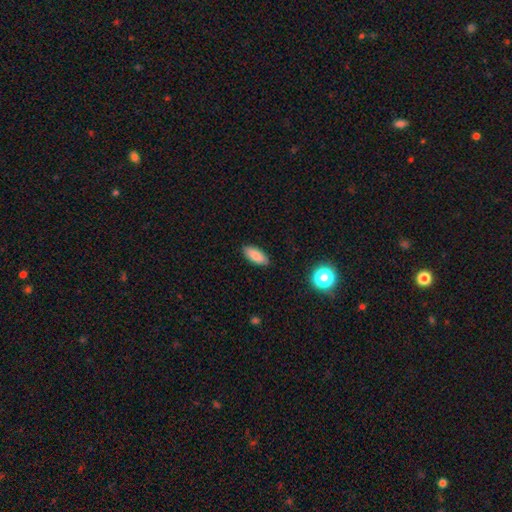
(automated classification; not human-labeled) This appears to be a smooth galaxy with no disk features (86%) that is in between round and cigar-shaped (84%). Merging: none (89%).